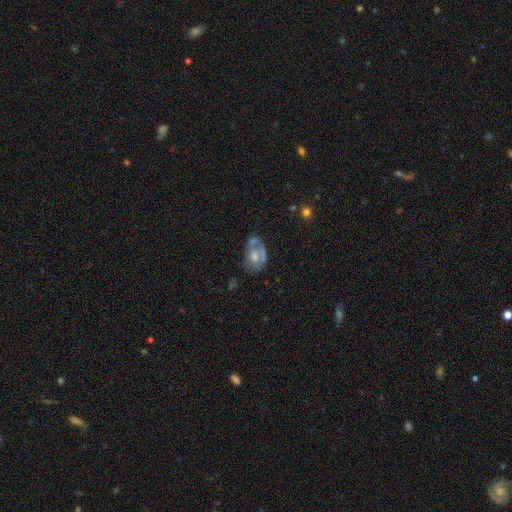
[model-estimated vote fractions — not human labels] This appears to be a featured or disk galaxy (48%). Merging: none (35%).